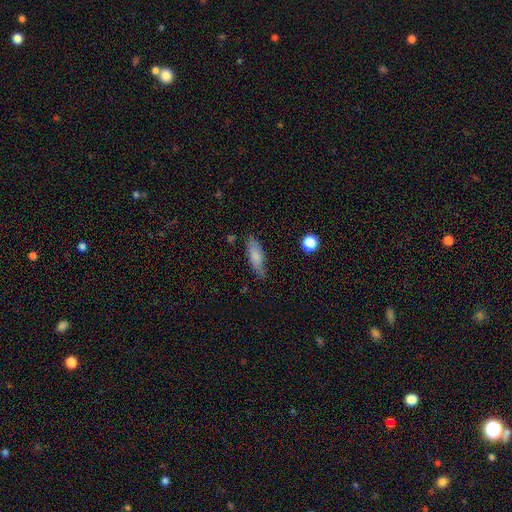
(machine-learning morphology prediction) smooth_or_featured: smooth (p=0.76) [alt: featured or disk p=0.17]
how_rounded: in between (p=0.55) [alt: cigar-shaped p=0.43]
merging: none (p=0.76) [alt: minor disturbance p=0.18]